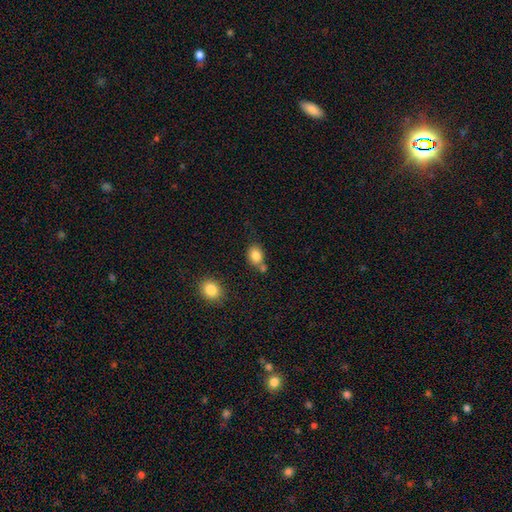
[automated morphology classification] Smooth or featured?
  - smooth: 84% *
  - star or artifact: 10%
  - featured or disk: 6%
How rounded?
  - in between: 63% *
  - round: 36%
  - cigar-shaped: 1%
Merging?
  - none: 58% *
  - merger: 23%
  - minor disturbance: 15%
  - major disturbance: 4%